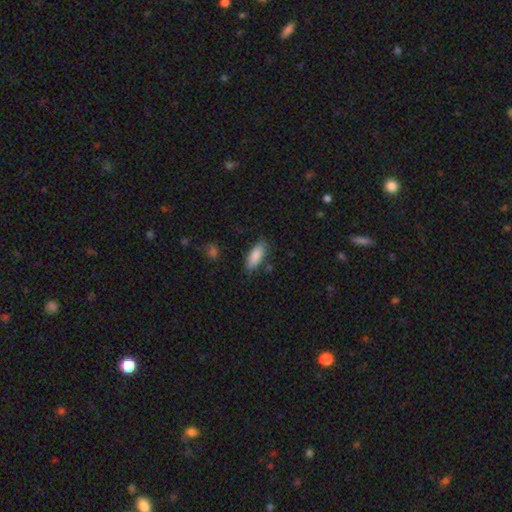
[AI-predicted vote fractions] smooth_or_featured: smooth (p=0.87) [alt: featured or disk p=0.07]
how_rounded: in between (p=0.76) [alt: cigar-shaped p=0.22]
merging: none (p=0.79) [alt: minor disturbance p=0.16]